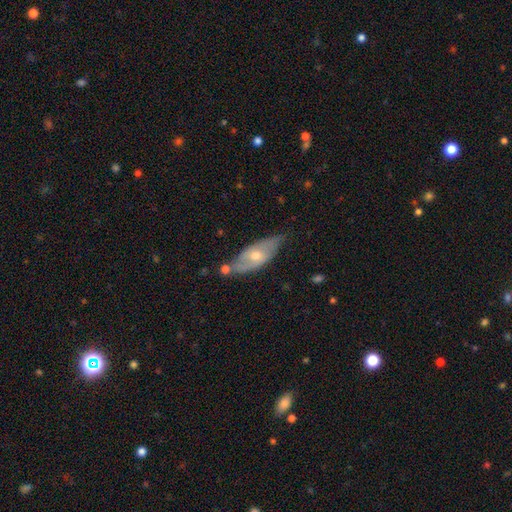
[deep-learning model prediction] Q: Smooth or featured?
A: featured or disk (56%); runner-up: smooth (38%)
Q: Edge-on disk?
A: no (73%); runner-up: yes (27%)
Q: Merging?
A: none (59%); runner-up: minor disturbance (26%)